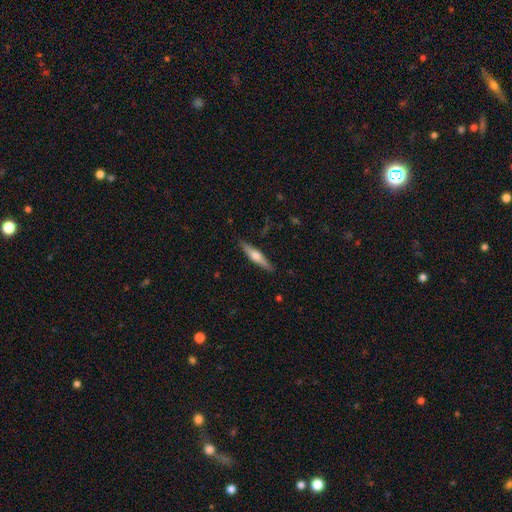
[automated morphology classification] A featured or disk galaxy (59%) viewed edge-on (97%) with a rounded central bulge (90%).

Vote fractions:
- Smooth or featured? featured or disk: 59% / smooth: 36% / star or artifact: 6%
- Edge-on disk? yes: 97% / no: 3%
- Edge-on bulge? rounded: 90% / boxy: 6% / none: 4%
- Merging? none: 89% / minor disturbance: 8% / major disturbance: 2% / merger: 1%